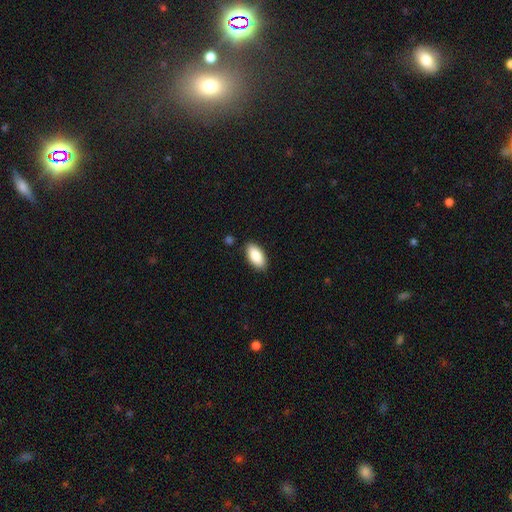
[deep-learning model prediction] The model was most divided on "merging": none: 87%, minor disturbance: 10%, major disturbance: 2%, merger: 2%. More confident: how rounded — in between (93%); smooth or featured — smooth (87%).